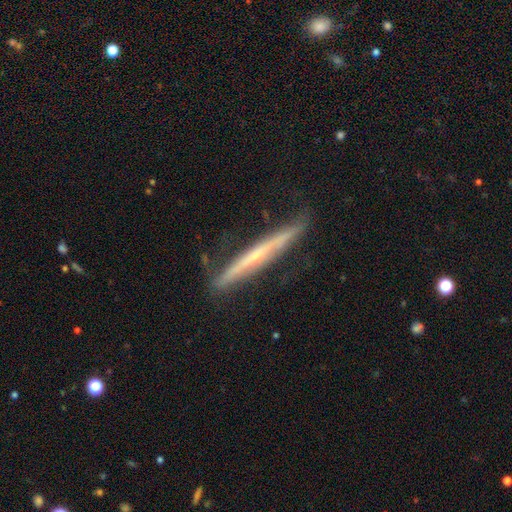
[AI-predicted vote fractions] This appears to be a featured or disk galaxy (72%) viewed edge-on (94%) with a rounded central bulge (50%). Merging: none (76%).